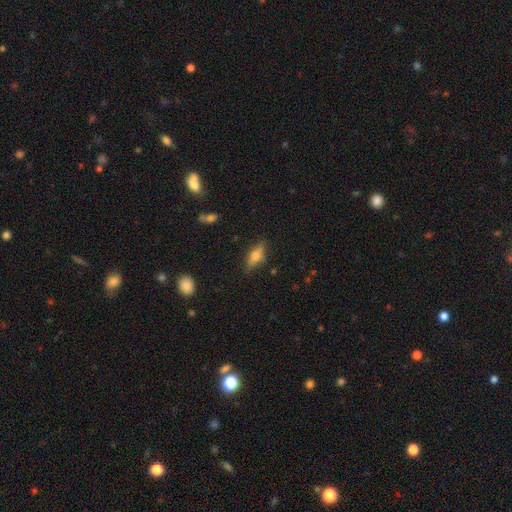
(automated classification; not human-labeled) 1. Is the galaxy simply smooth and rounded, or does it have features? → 46% smooth, 44% featured or disk, 9% star or artifact.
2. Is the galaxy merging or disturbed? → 82% none, 13% minor disturbance, 3% major disturbance, 2% merger.